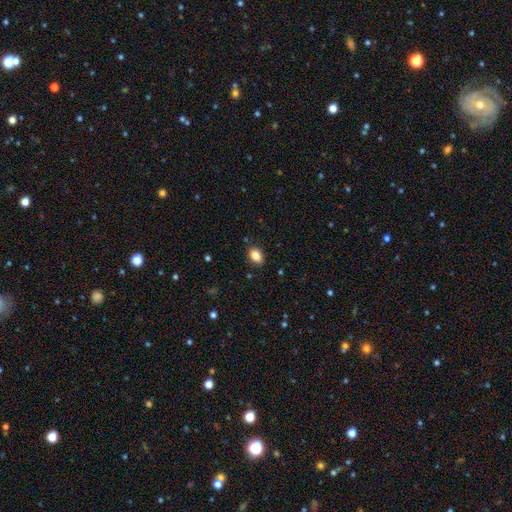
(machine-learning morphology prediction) A smooth galaxy with no disk features (85%) that is in between round and cigar-shaped (80%).

Vote fractions:
- Smooth or featured? smooth: 85% / star or artifact: 9% / featured or disk: 6%
- How rounded? in between: 80% / round: 18% / cigar-shaped: 2%
- Merging? none: 86% / minor disturbance: 10% / major disturbance: 2% / merger: 1%